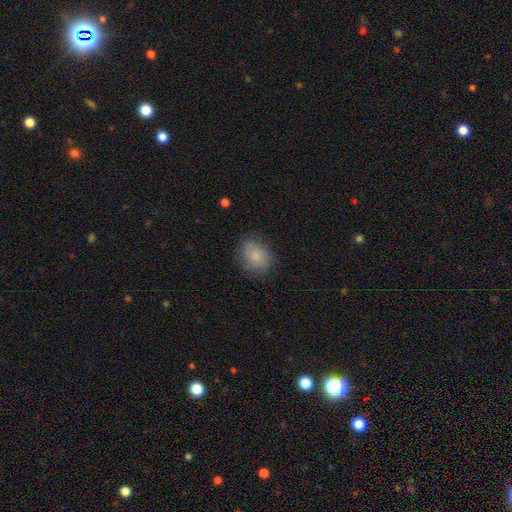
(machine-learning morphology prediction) Smooth or featured? Predicted: smooth (p=0.84). How rounded? Predicted: in between (p=0.53). Merging? Predicted: none (p=0.77).